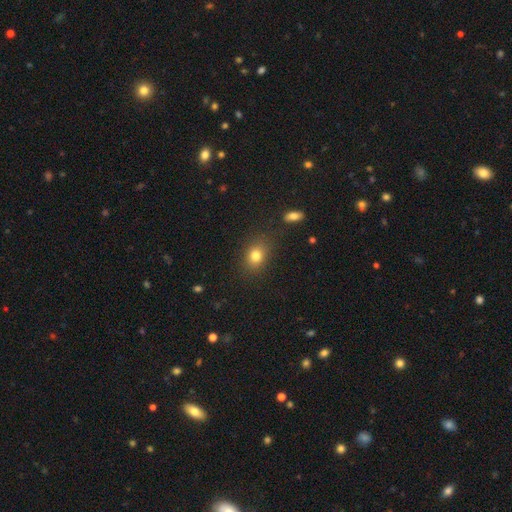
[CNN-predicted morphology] smooth 80%, star or artifact 12%, featured or disk 8%. Down the decision tree: how rounded — in between (54%); merging — none (81%).